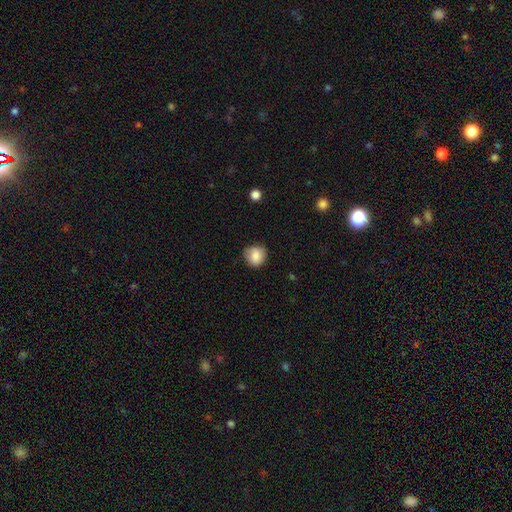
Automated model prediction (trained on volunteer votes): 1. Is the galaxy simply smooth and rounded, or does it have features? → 82% smooth, 10% featured or disk, 8% star or artifact.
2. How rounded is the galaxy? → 83% round, 16% in between, 1% cigar-shaped.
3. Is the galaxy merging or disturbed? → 77% none, 18% minor disturbance, 4% major disturbance, 1% merger.